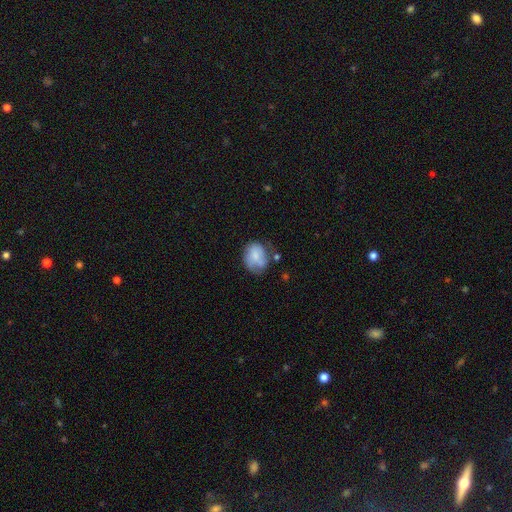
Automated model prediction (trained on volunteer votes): smooth-or-featured: smooth: 70% | featured or disk: 22% | star or artifact: 8%
  how-rounded: round: 51% | in between: 48% | cigar-shaped: 1%
  merging: none: 47% | minor disturbance: 32% | major disturbance: 14% | merger: 7%